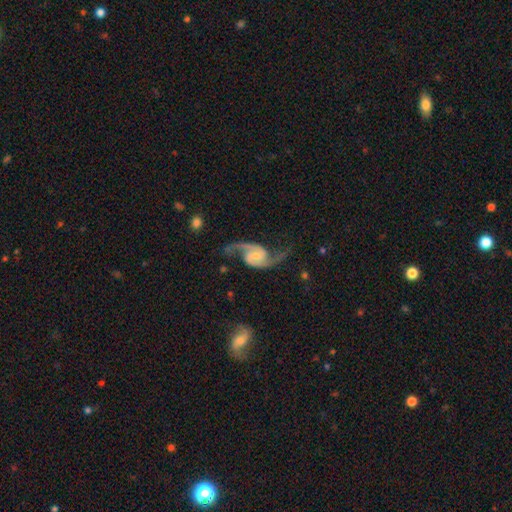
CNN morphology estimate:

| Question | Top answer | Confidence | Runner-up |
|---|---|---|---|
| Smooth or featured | featured or disk | 93% | star or artifact (4%) |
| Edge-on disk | no | 98% | yes (2%) |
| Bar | no | 52% | weak (38%) |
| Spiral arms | yes | 98% | no (2%) |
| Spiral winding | loose | 55% | medium (37%) |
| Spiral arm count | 2 | 95% | can't tell (1%) |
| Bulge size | small | 54% | moderate (34%) |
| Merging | none | 73% | minor disturbance (15%) |